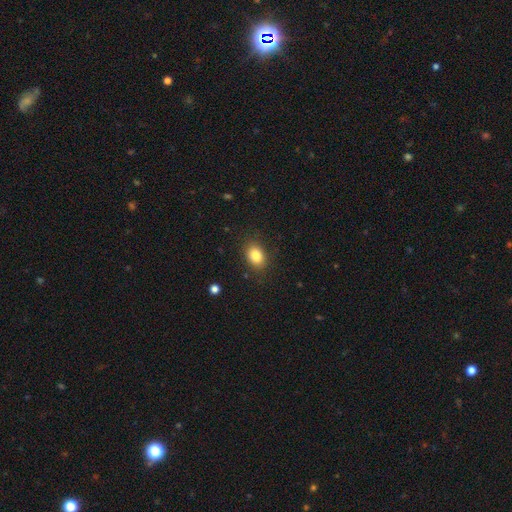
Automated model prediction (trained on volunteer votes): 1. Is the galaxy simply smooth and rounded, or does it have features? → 84% smooth, 10% star or artifact, 7% featured or disk.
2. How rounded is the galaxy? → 68% in between, 31% round, 1% cigar-shaped.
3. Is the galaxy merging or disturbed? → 85% none, 10% minor disturbance, 3% major disturbance, 1% merger.